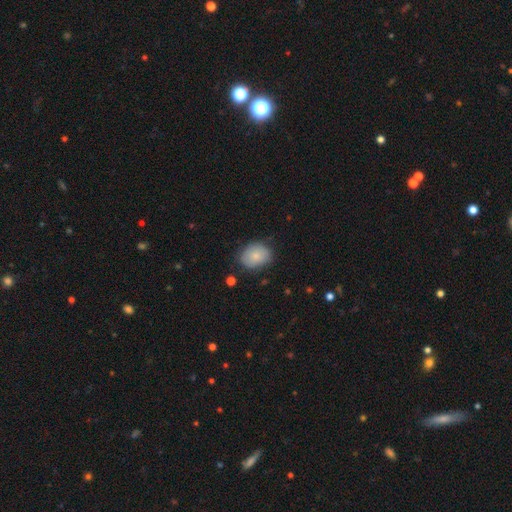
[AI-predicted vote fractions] Smooth or featured: smooth — 79% (featured or disk — 14%)
How rounded: in between — 51% (round — 48%)
Merging: none — 70% (minor disturbance — 23%)